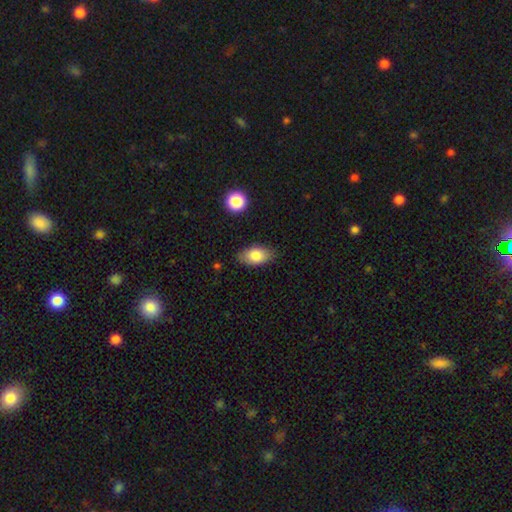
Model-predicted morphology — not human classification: Overall: smooth (83%). How rounded: in between (91%). Merging: none (81%).